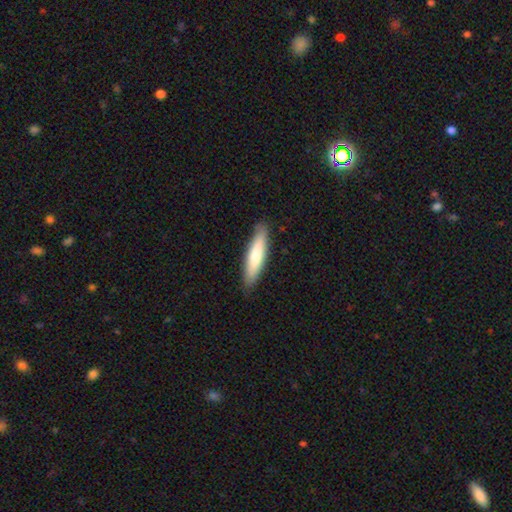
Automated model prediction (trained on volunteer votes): Smooth or featured?
  - smooth: 75% *
  - featured or disk: 20%
  - star or artifact: 5%
How rounded?
  - cigar-shaped: 79% *
  - in between: 20%
  - round: 1%
Merging?
  - none: 87% *
  - minor disturbance: 10%
  - major disturbance: 2%
  - merger: 1%